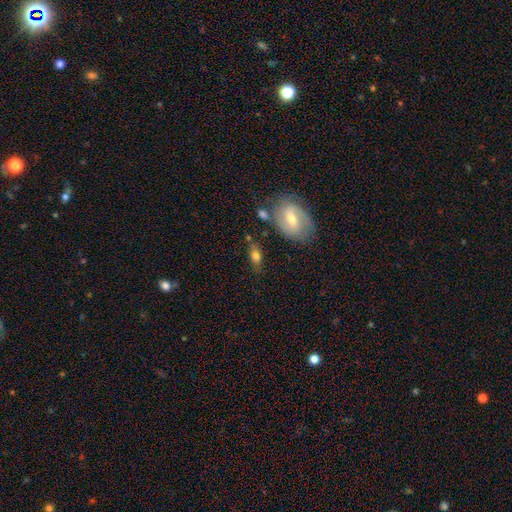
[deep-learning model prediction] Smooth or featured?
  - smooth: 71% *
  - featured or disk: 21%
  - star or artifact: 9%
How rounded?
  - in between: 79% *
  - round: 11%
  - cigar-shaped: 10%
Merging?
  - none: 67% *
  - minor disturbance: 18%
  - merger: 9%
  - major disturbance: 6%